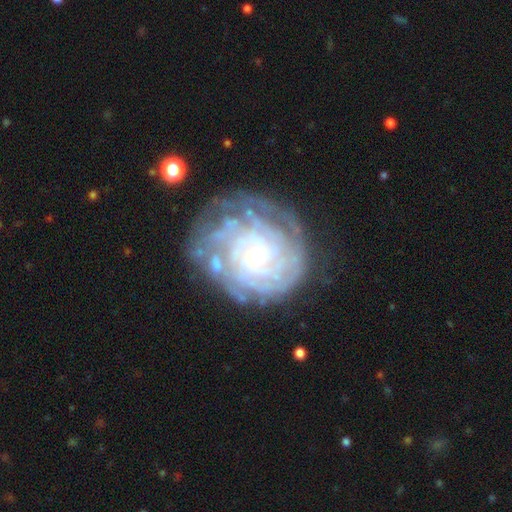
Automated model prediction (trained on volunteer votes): Smooth or featured? featured or disk (84%)
Edge-on disk? no (98%)
Bar? no (80%)
Spiral arms? yes (95%)
Spiral winding? tight (83%)
Spiral arm count? can't tell (34%)
Bulge size? small (83%)
Merging? none (69%)